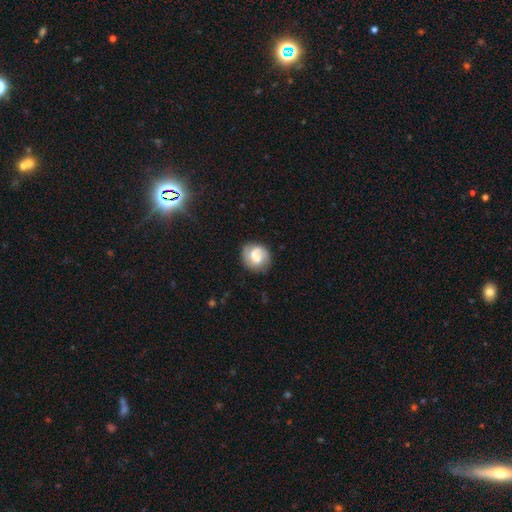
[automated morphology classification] Smooth or featured? featured or disk (46%, tied with smooth)
Merging? none (72%)